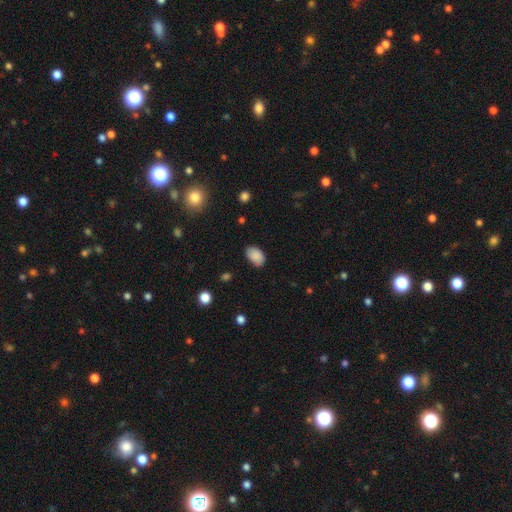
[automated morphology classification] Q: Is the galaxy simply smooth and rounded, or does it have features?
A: smooth — 87%.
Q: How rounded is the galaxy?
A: in between — 88%.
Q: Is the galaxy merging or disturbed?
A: none — 79%.